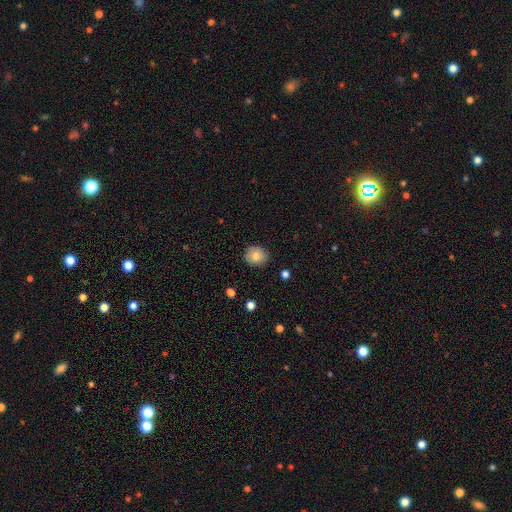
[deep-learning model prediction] smooth 81%, featured or disk 9%, star or artifact 9%. Down the decision tree: how rounded — round (79%); merging — none (87%).